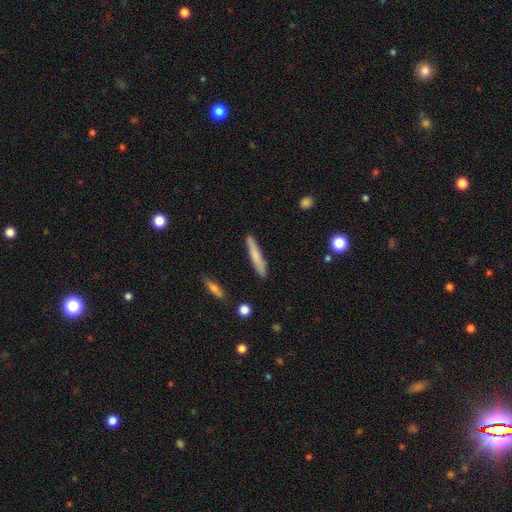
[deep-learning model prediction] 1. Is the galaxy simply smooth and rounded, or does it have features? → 71% smooth, 23% featured or disk, 6% star or artifact.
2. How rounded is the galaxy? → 94% cigar-shaped, 5% in between, 1% round.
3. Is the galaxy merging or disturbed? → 88% none, 9% minor disturbance, 2% merger, 2% major disturbance.